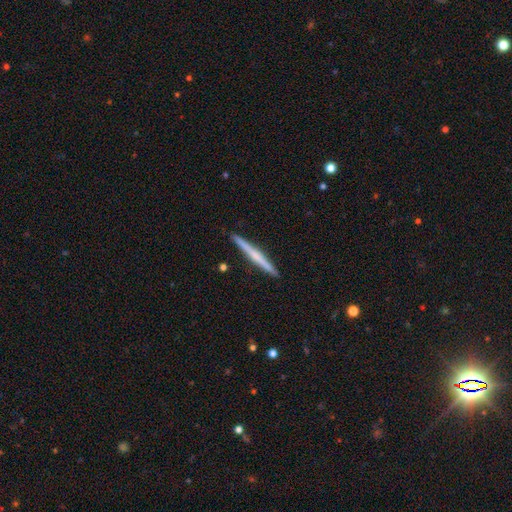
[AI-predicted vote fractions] Q: Smooth or featured?
A: featured or disk (57%); runner-up: smooth (38%)
Q: Edge-on disk?
A: yes (98%); runner-up: no (2%)
Q: Edge-on bulge?
A: none (56%); runner-up: rounded (34%)
Q: Merging?
A: none (92%); runner-up: minor disturbance (6%)